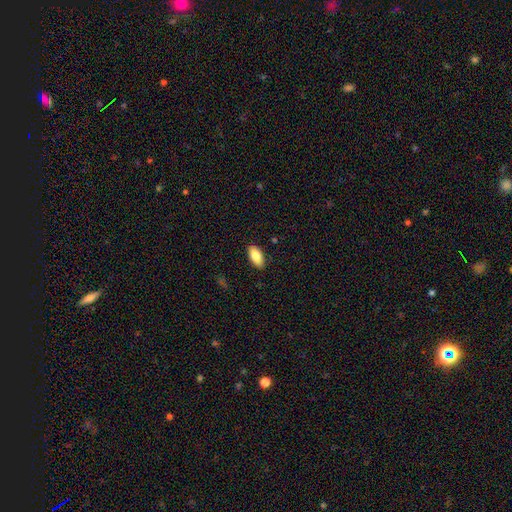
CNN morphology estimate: A smooth galaxy with no disk features (83%) that is in between round and cigar-shaped (91%).

Vote fractions:
- Smooth or featured? smooth: 83% / featured or disk: 10% / star or artifact: 6%
- How rounded? in between: 91% / cigar-shaped: 7% / round: 2%
- Merging? none: 88% / minor disturbance: 9% / major disturbance: 2% / merger: 1%